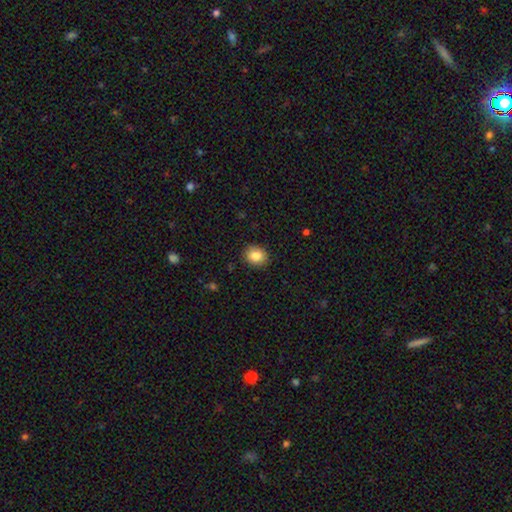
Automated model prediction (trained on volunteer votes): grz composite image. It shows a smooth galaxy with no disk features (85%) that is round (67%). Merging: none (89%).